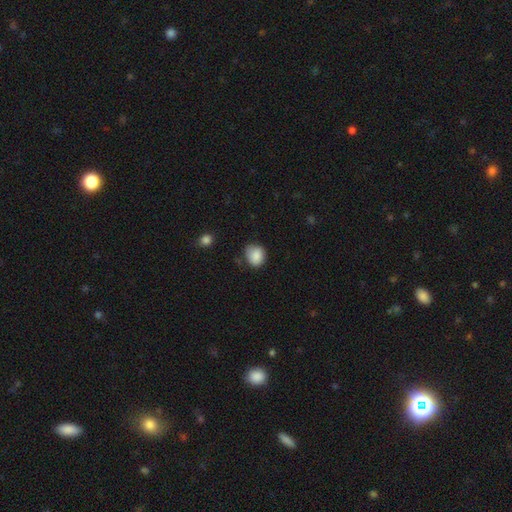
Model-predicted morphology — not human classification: smooth 86%, star or artifact 8%, featured or disk 6%. Down the decision tree: how rounded — round (66%); merging — none (65%).